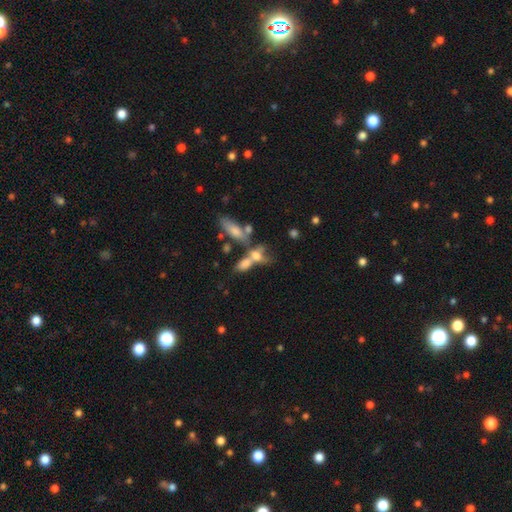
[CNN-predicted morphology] smooth 58%, featured or disk 30%, star or artifact 12%. Down the decision tree: how rounded — in between (69%); merging — merger (55%).